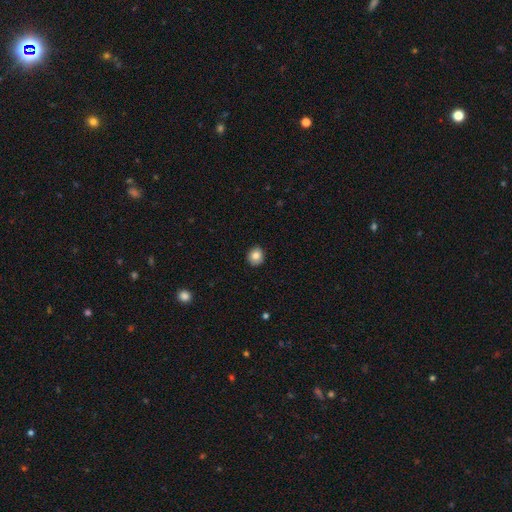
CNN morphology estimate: The model was most divided on "how rounded": round: 82%, in between: 17%, cigar-shaped: 1%. More confident: merging — none (90%); smooth or featured — smooth (84%).